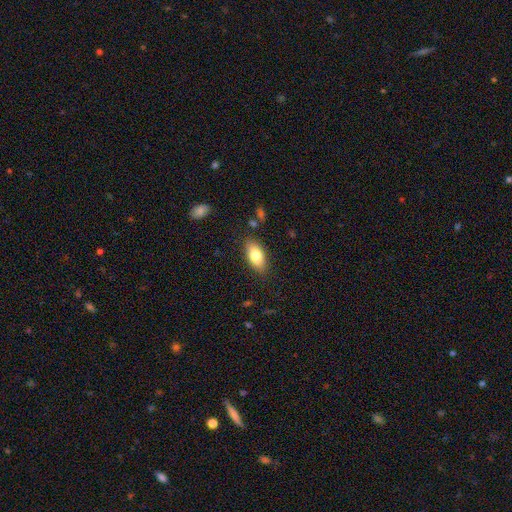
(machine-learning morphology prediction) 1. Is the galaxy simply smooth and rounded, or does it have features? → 78% smooth, 15% featured or disk, 7% star or artifact.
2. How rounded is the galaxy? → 88% in between, 8% cigar-shaped, 4% round.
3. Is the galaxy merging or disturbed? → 84% none, 12% minor disturbance, 3% major disturbance, 2% merger.